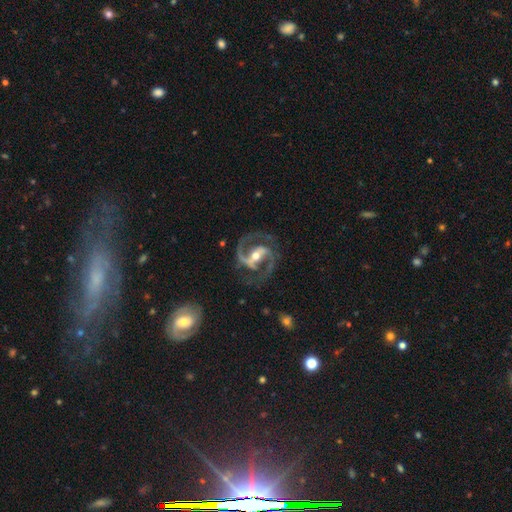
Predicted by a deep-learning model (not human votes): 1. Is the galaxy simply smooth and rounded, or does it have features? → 93% featured or disk, 4% star or artifact, 3% smooth.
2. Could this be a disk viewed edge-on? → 97% no, 3% yes.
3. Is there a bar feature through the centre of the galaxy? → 58% strong, 30% weak, 13% no.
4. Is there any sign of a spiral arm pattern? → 98% yes, 2% no.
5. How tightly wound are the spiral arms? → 65% medium, 21% tight, 14% loose.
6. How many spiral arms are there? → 93% 2, 2% 1, 2% can't tell, 1% 3, 1% 4, 1% more than 4.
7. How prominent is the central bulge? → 64% moderate, 29% small, 5% large, 1% none, 1% dominant.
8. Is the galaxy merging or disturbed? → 78% none, 13% minor disturbance, 8% major disturbance, 2% merger.